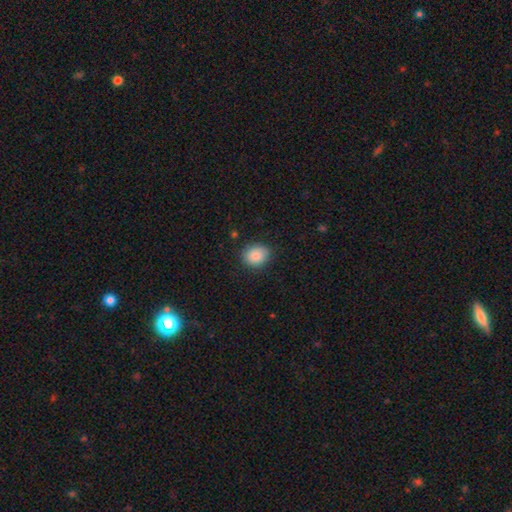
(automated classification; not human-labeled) Smooth or featured? smooth (87%)
How rounded? round (64%)
Merging? none (85%)